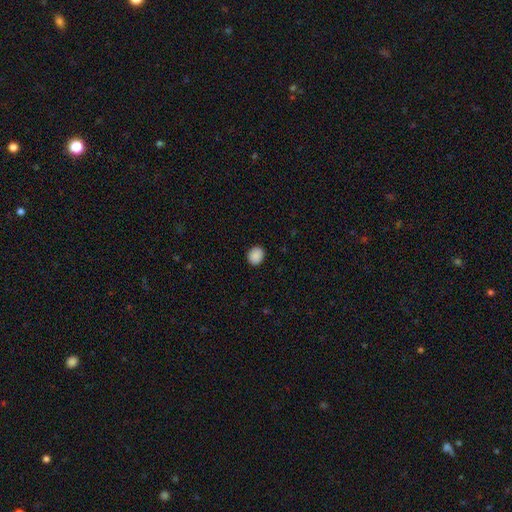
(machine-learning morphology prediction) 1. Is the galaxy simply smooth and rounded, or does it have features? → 89% smooth, 9% star or artifact, 2% featured or disk.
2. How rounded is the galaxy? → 67% round, 32% in between, 1% cigar-shaped.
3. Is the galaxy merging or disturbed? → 90% none, 7% minor disturbance, 2% major disturbance, 1% merger.